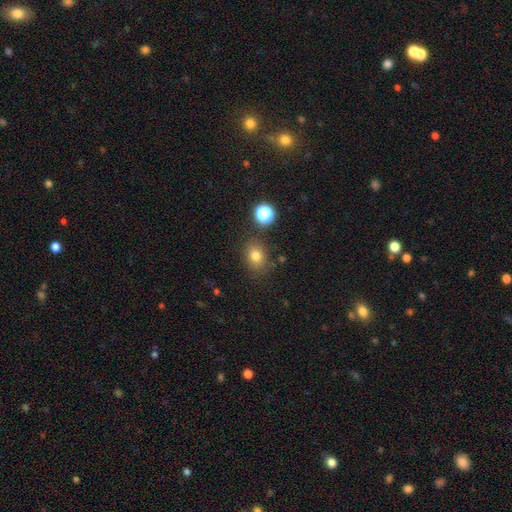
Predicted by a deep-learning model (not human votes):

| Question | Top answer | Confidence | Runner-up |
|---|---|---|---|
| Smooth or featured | smooth | 77% | star or artifact (14%) |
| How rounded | round | 53% | in between (46%) |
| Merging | none | 78% | minor disturbance (13%) |